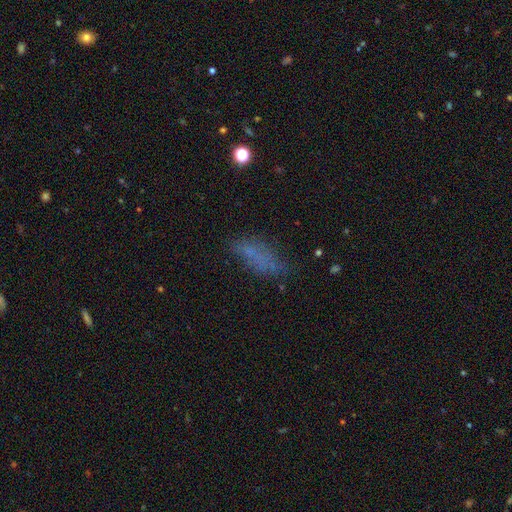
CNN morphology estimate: smooth 59%, star or artifact 21%, featured or disk 20%. Down the decision tree: how rounded — in between (63%); merging — none (61%).